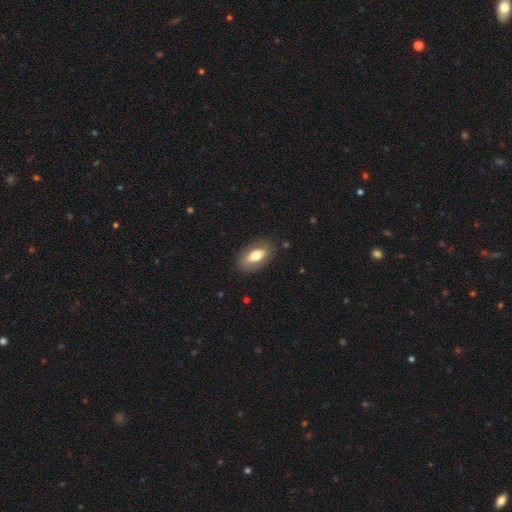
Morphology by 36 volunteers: smooth 72%, featured or disk 28%, star or artifact 0%. Down the decision tree: how rounded — in between (100%); merging — none (89%).